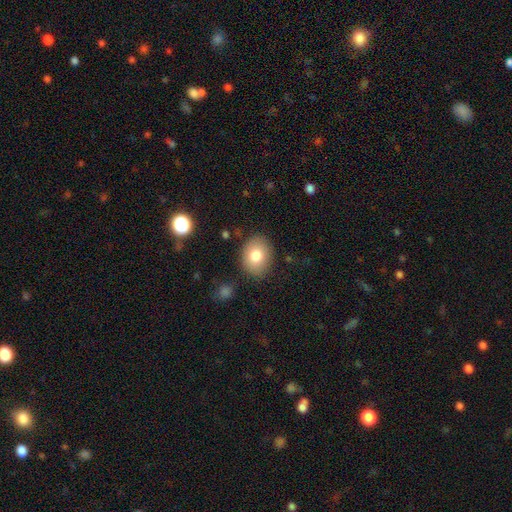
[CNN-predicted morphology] A smooth galaxy with no disk features (79%) that is in between round and cigar-shaped (64%). Merging: none (84%).